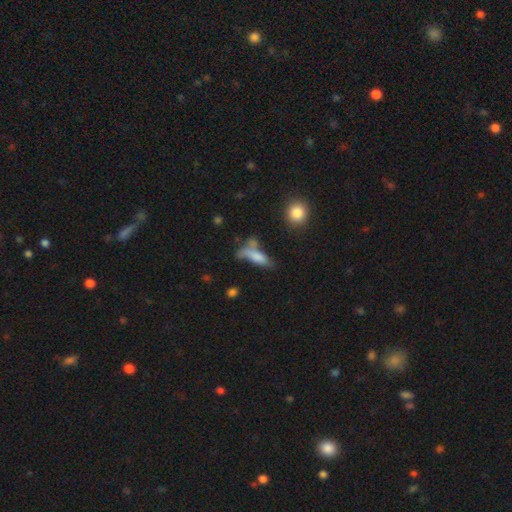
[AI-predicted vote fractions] Q: Smooth or featured?
A: smooth (72%); runner-up: featured or disk (19%)
Q: How rounded?
A: cigar-shaped (52%); runner-up: in between (45%)
Q: Merging?
A: none (35%); runner-up: merger (26%)